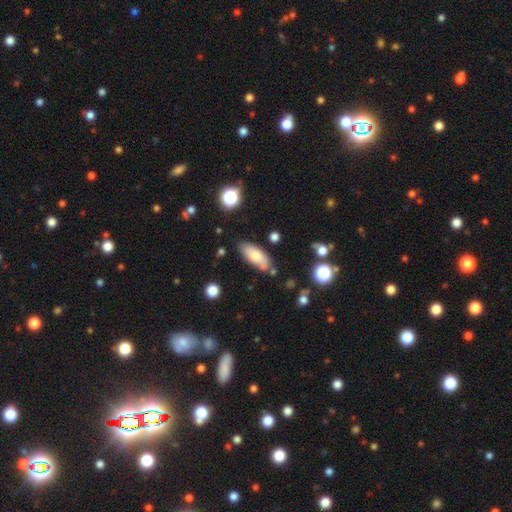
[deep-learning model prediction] smooth_or_featured: smooth (p=0.70) [alt: featured or disk p=0.23]
how_rounded: in between (p=0.78) [alt: cigar-shaped p=0.20]
merging: none (p=0.73) [alt: minor disturbance p=0.17]